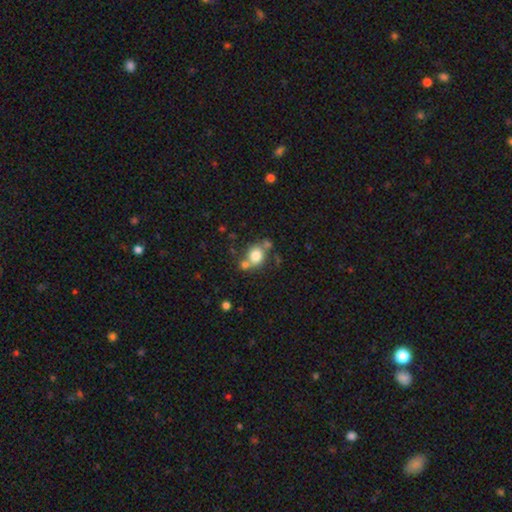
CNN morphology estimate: Smooth or featured: smooth — 77% (featured or disk — 12%)
How rounded: round — 73% (in between — 26%)
Merging: none — 53% (merger — 29%)